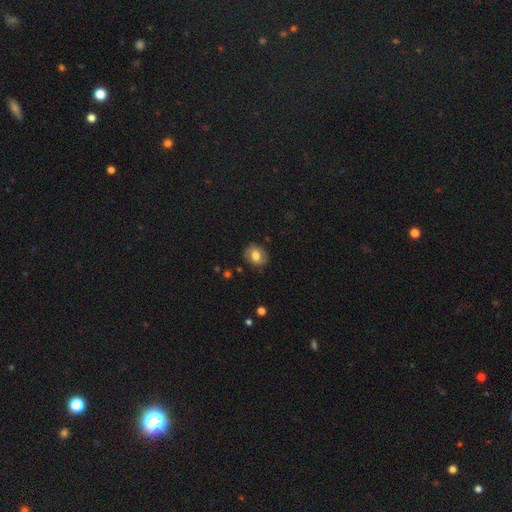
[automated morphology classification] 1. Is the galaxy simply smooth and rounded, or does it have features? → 64% smooth, 28% featured or disk, 9% star or artifact.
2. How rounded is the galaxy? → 51% round, 48% in between, 1% cigar-shaped.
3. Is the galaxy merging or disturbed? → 79% none, 15% minor disturbance, 4% major disturbance, 1% merger.